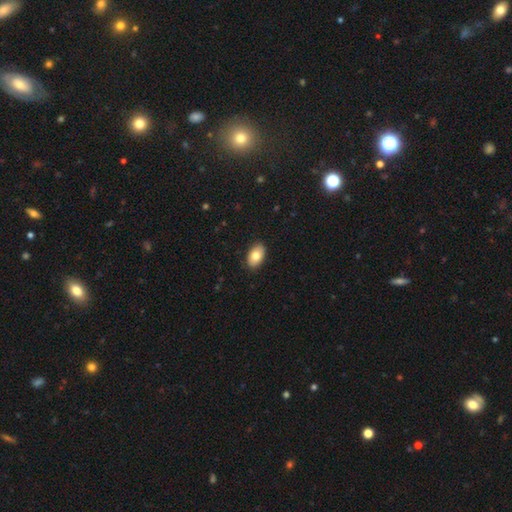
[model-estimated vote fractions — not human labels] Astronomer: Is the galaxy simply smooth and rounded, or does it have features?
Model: smooth — 79%.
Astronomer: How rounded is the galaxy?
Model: in between — 92%.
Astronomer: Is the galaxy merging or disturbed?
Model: none — 89%.